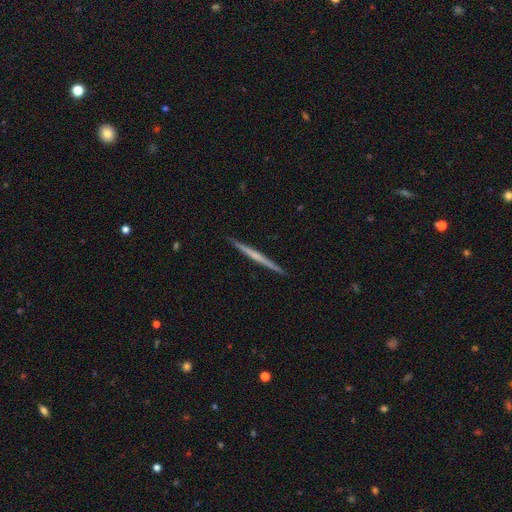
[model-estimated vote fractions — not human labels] A featured or disk galaxy (62%) viewed edge-on (98%) with no central bulge (75%). Merging: none (92%).